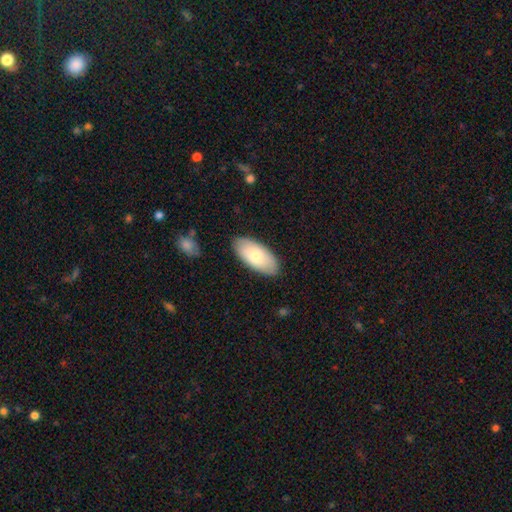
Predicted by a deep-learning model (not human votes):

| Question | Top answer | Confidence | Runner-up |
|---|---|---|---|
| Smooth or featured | smooth | 74% | featured or disk (20%) |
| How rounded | in between | 93% | cigar-shaped (5%) |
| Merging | none | 87% | minor disturbance (10%) |